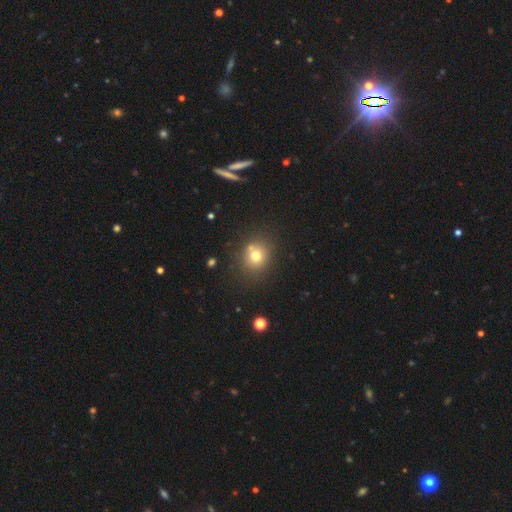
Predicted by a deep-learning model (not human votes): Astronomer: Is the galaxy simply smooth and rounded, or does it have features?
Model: smooth — 71%.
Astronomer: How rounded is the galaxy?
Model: round — 82%.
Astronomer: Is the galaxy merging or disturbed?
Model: none — 71%.